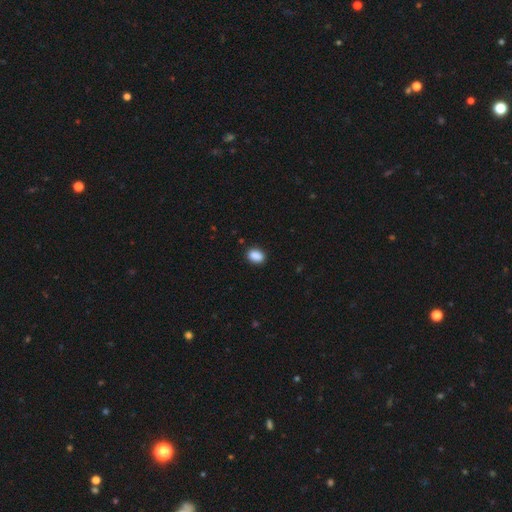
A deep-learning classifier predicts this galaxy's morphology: This is clearly a smooth galaxy (89%). How rounded: likely in between (77%). Merging: clearly none (87%).